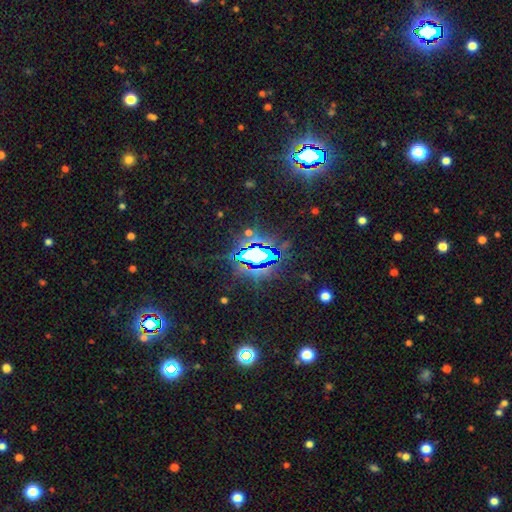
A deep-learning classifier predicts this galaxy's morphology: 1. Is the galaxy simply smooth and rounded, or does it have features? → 75% star or artifact, 13% smooth, 11% featured or disk.